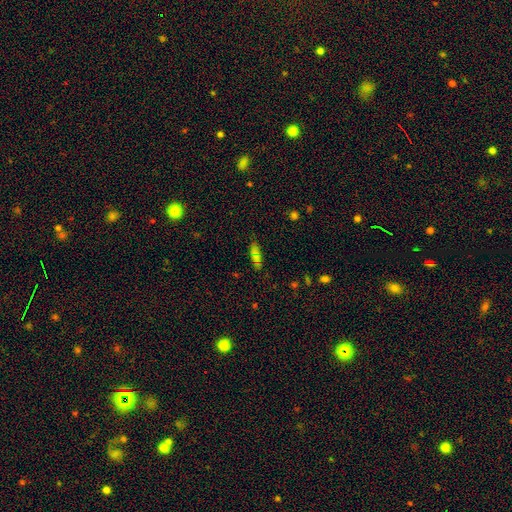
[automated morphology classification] Smooth or featured? Predicted: smooth (p=0.72). How rounded? Predicted: in between (p=0.53). Merging? Predicted: none (p=0.79).